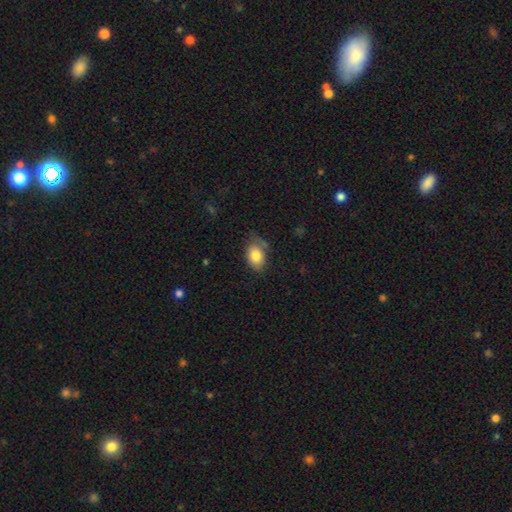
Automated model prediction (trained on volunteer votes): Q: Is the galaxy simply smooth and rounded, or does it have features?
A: smooth — 80%.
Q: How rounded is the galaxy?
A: in between — 83%.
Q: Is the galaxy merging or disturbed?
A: none — 61%.